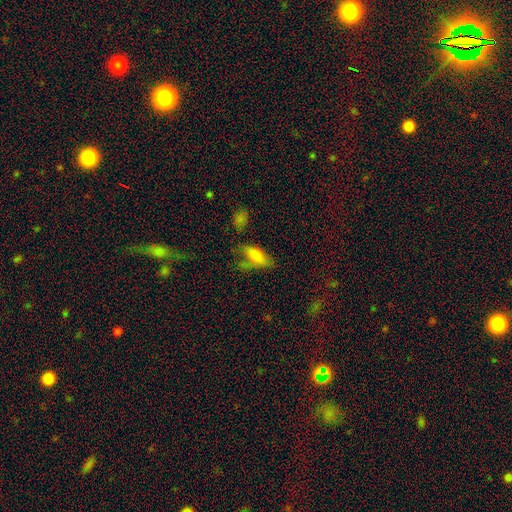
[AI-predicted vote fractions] Smooth or featured? Predicted: smooth (p=0.73). How rounded? Predicted: in between (p=0.79). Merging? Predicted: none (p=0.42).